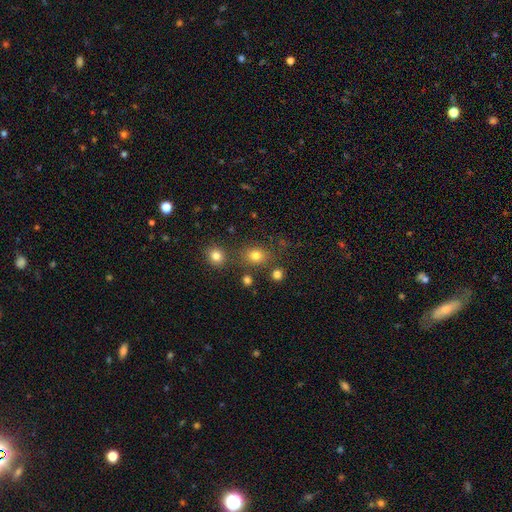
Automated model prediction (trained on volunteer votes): This is likely a smooth galaxy (79%). How rounded: likely round (62%). Merging: likely none (74%).